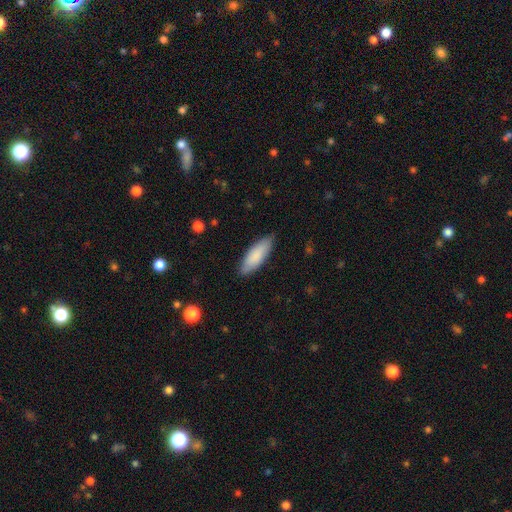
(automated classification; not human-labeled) A smooth galaxy with no disk features (85%) that is in between round and cigar-shaped (62%).

Vote fractions:
- Smooth or featured? smooth: 85% / featured or disk: 10% / star or artifact: 5%
- How rounded? in between: 62% / cigar-shaped: 37% / round: 1%
- Merging? none: 84% / minor disturbance: 13% / major disturbance: 2% / merger: 1%